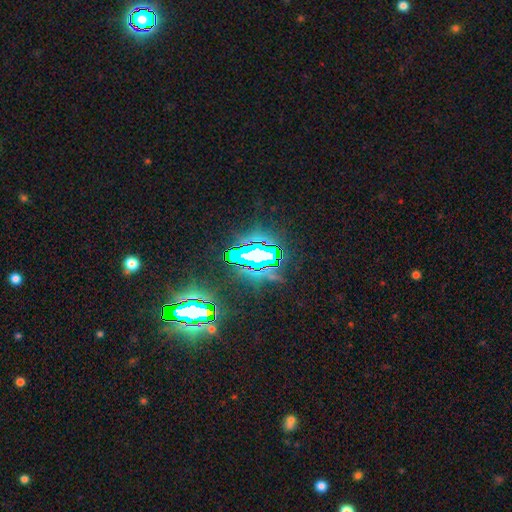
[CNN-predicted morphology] star or artifact 73%, featured or disk 14%, smooth 13%.